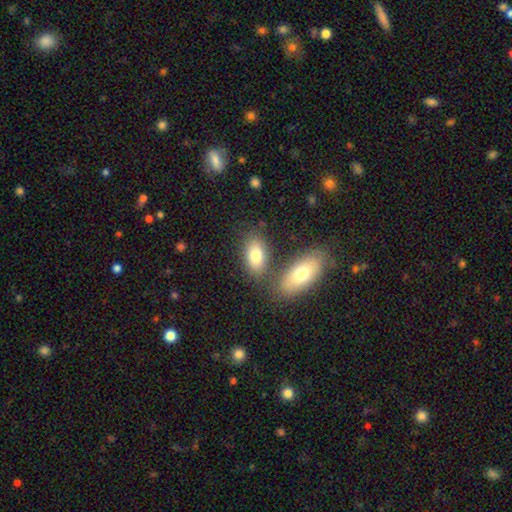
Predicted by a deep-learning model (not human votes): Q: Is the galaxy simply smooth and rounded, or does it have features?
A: smooth — 78%.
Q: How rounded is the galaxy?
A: in between — 90%.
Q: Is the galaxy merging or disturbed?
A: none — 62%.